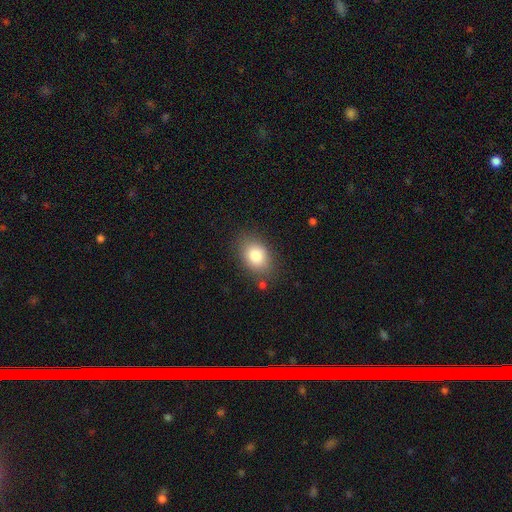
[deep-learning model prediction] This appears to be a smooth galaxy with no disk features (81%) that is in between round and cigar-shaped (74%). Merging: none (80%).